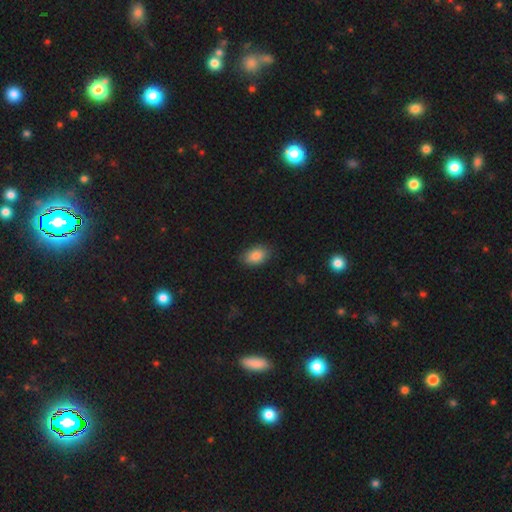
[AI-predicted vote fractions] smooth 86%, star or artifact 8%, featured or disk 6%. Down the decision tree: how rounded — in between (89%); merging — none (82%).